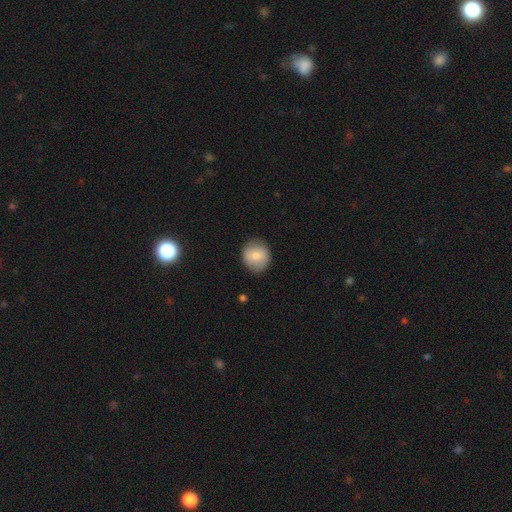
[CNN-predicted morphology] Overall: smooth (79%). How rounded: round (81%). Merging: none (85%).